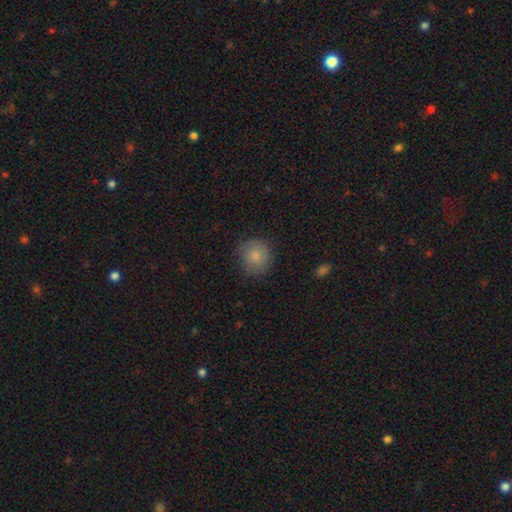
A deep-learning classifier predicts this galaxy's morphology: Smooth or featured: smooth — 83% (featured or disk — 9%)
How rounded: round — 88% (in between — 11%)
Merging: none — 77% (minor disturbance — 17%)